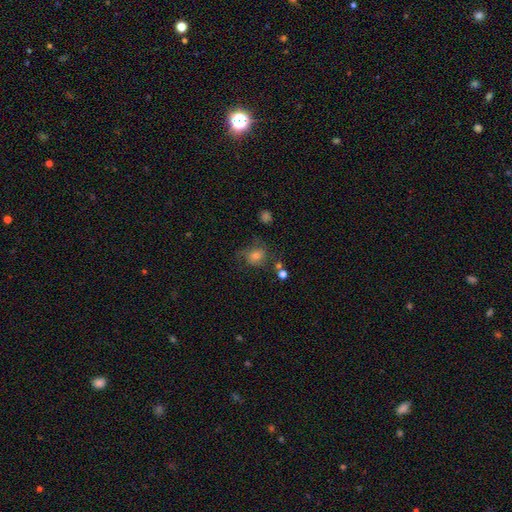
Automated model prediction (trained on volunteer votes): A smooth galaxy with no disk features (49%). Merging: none (52%).